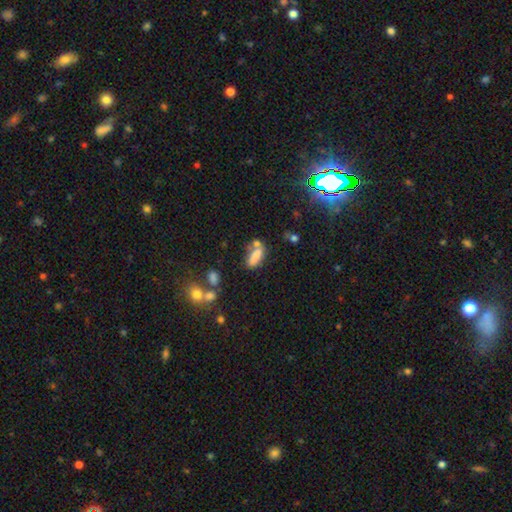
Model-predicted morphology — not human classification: smooth 75%, featured or disk 14%, star or artifact 11%. Down the decision tree: how rounded — in between (75%); merging — none (46%).